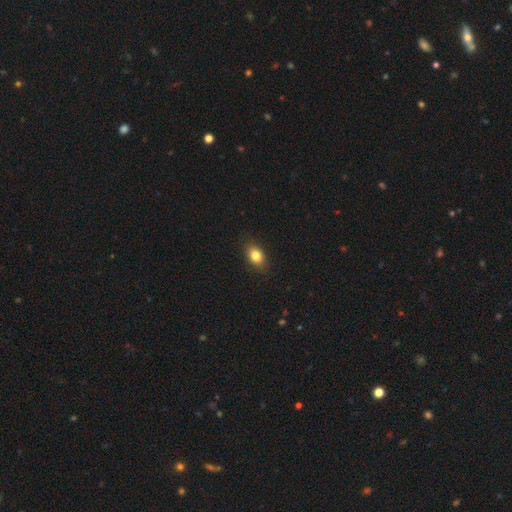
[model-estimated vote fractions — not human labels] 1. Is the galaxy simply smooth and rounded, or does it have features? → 82% smooth, 10% star or artifact, 8% featured or disk.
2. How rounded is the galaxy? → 74% in between, 24% round, 2% cigar-shaped.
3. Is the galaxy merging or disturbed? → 87% none, 10% minor disturbance, 2% major disturbance, 1% merger.